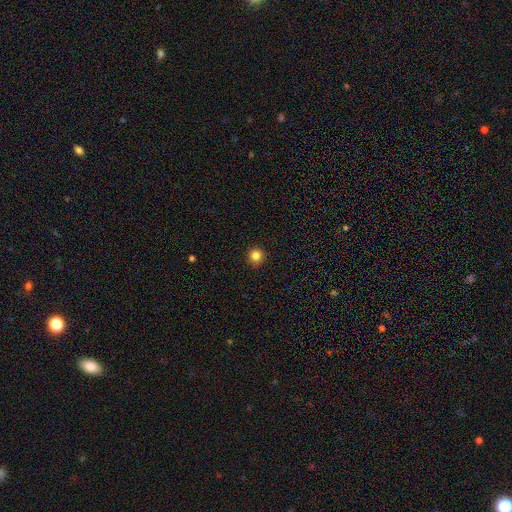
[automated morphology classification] Smooth or featured: smooth — 84% (star or artifact — 12%)
How rounded: round — 94% (in between — 5%)
Merging: none — 92% (minor disturbance — 5%)